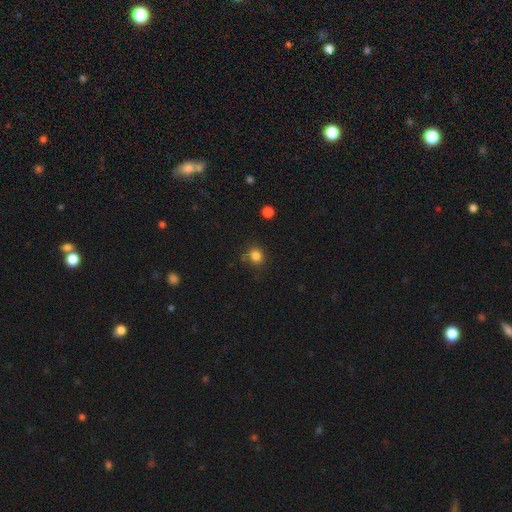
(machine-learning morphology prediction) This is clearly a smooth galaxy (83%). How rounded: clearly round (83%). Merging: likely none (76%).